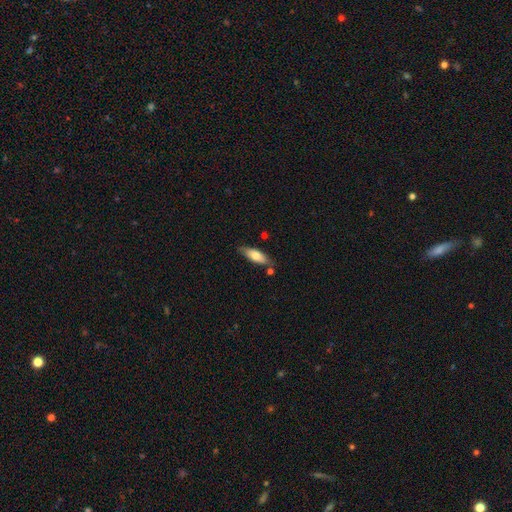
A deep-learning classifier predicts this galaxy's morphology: This appears to be a smooth galaxy with no disk features (69%) that is in between round and cigar-shaped (58%). Merging: none (76%).